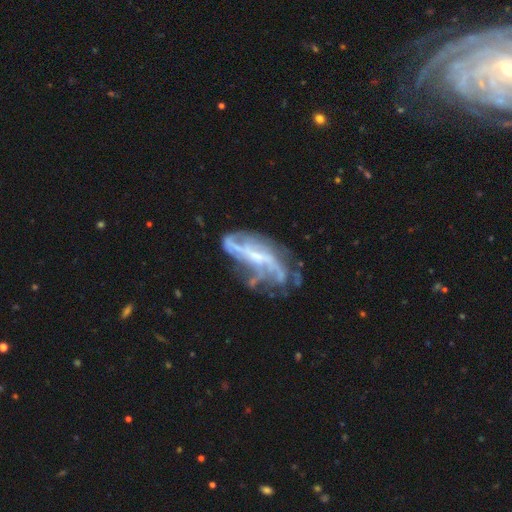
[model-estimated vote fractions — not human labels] Smooth or featured? featured or disk (79%)
Edge-on disk? no (89%)
Bar? no (40%)
Spiral arms? yes (76%)
Spiral winding? loose (49%)
Spiral arm count? can't tell (40%)
Bulge size? small (57%)
Merging? none (44%)